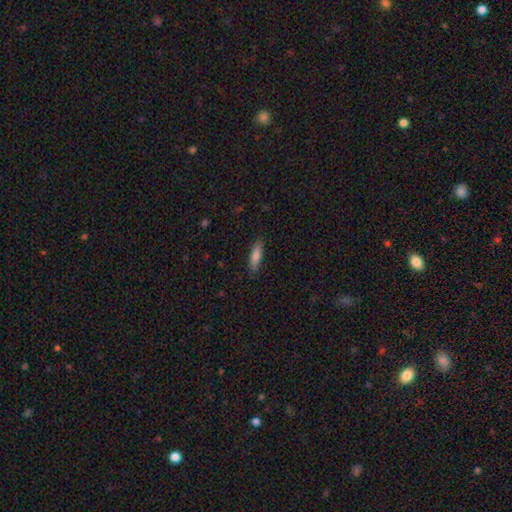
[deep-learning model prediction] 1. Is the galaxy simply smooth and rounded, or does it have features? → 76% smooth, 17% featured or disk, 7% star or artifact.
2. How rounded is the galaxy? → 63% cigar-shaped, 36% in between, 2% round.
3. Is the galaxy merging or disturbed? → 87% none, 9% minor disturbance, 2% major disturbance, 1% merger.